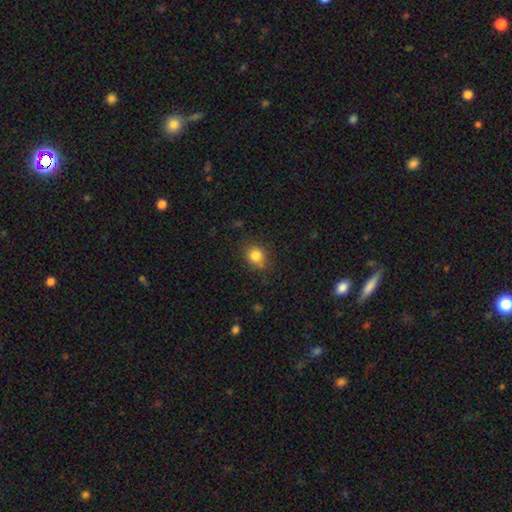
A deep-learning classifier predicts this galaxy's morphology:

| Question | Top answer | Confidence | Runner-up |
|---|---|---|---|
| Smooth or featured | smooth | 83% | star or artifact (11%) |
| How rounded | round | 68% | in between (31%) |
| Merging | none | 77% | minor disturbance (17%) |